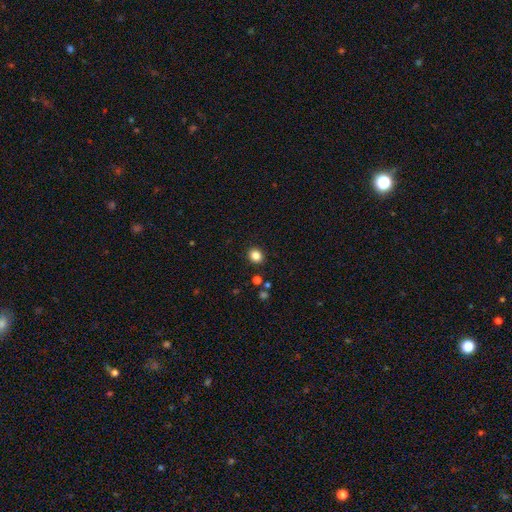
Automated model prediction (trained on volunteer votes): A smooth galaxy with no disk features (84%) that is round (73%).

Vote fractions:
- Smooth or featured? smooth: 84% / star or artifact: 12% / featured or disk: 5%
- How rounded? round: 73% / in between: 26% / cigar-shaped: 1%
- Merging? none: 90% / minor disturbance: 6% / major disturbance: 2% / merger: 2%